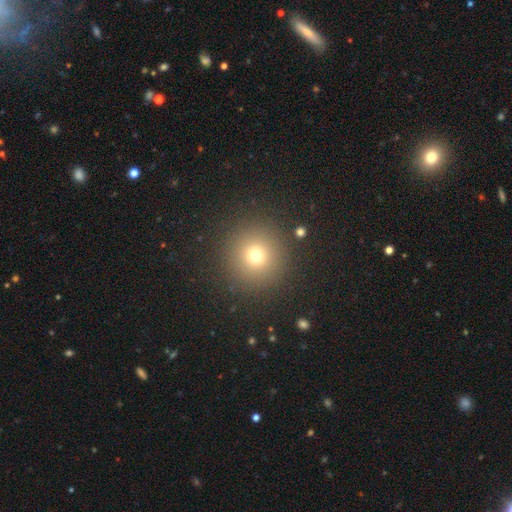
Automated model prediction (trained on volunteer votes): smooth_or_featured: smooth (p=0.72) [alt: star or artifact p=0.19]
how_rounded: round (p=0.96) [alt: in between p=0.03]
merging: none (p=0.90) [alt: minor disturbance p=0.05]